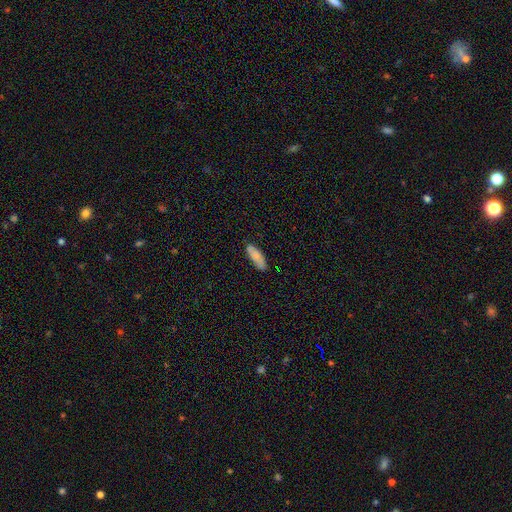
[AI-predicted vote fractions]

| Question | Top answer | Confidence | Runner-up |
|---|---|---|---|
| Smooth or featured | smooth | 81% | featured or disk (13%) |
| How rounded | in between | 61% | cigar-shaped (37%) |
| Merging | none | 79% | minor disturbance (17%) |